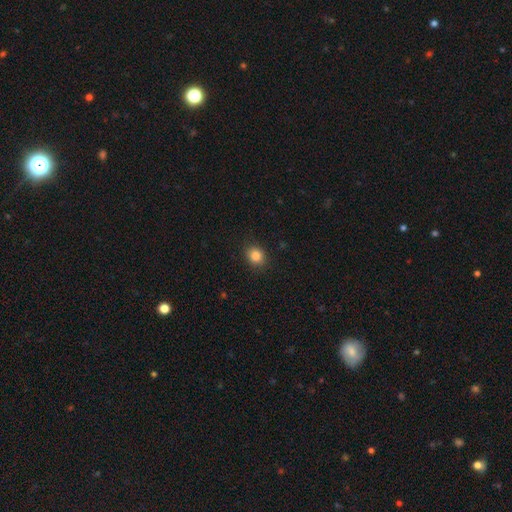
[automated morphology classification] This is clearly a smooth galaxy (85%). How rounded: likely round (70%). Merging: clearly none (89%).